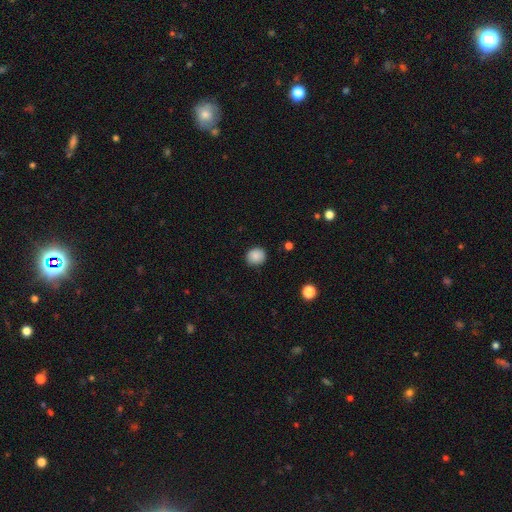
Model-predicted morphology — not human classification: smooth 88%, star or artifact 9%, featured or disk 3%. Down the decision tree: how rounded — round (82%); merging — none (88%).